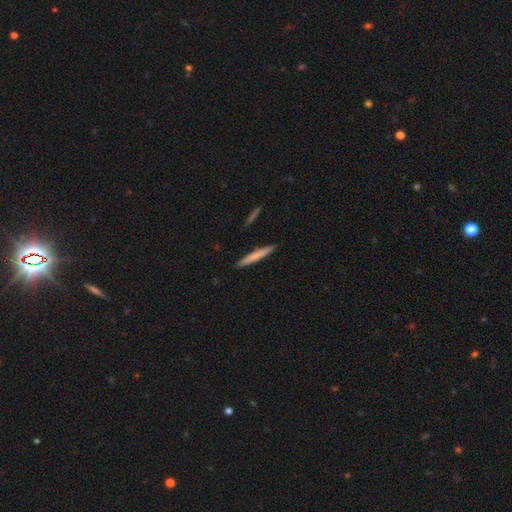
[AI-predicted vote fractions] smooth_or_featured: smooth (p=0.70) [alt: featured or disk p=0.24]
how_rounded: cigar-shaped (p=0.96) [alt: in between p=0.03]
merging: none (p=0.92) [alt: minor disturbance p=0.06]